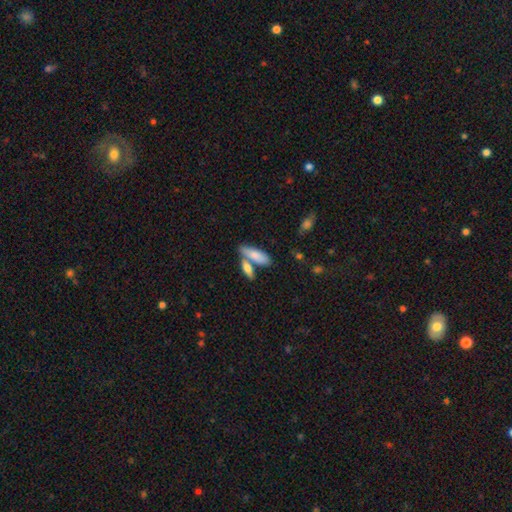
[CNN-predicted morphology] type=smooth (79%); roundness=in between (61%); merging=none (48%).